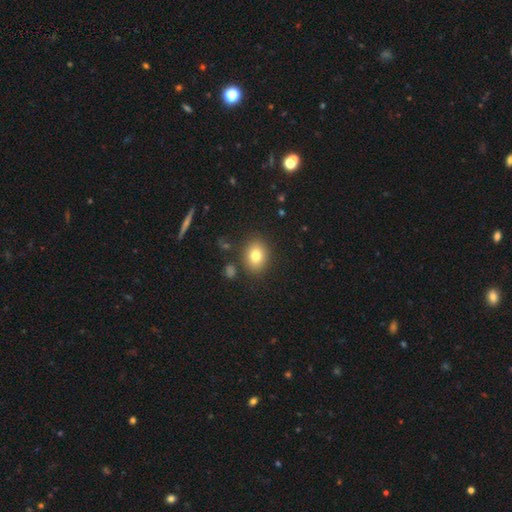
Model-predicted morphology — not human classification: Smooth or featured? Predicted: smooth (p=0.78). How rounded? Predicted: in between (p=0.51). Merging? Predicted: none (p=0.85).